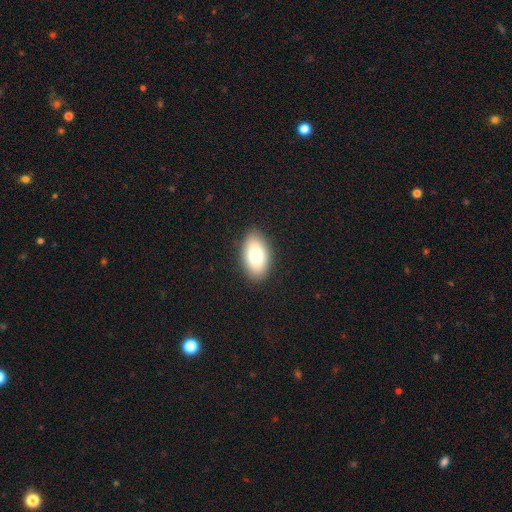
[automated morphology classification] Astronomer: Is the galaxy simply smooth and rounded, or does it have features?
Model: smooth — 77%.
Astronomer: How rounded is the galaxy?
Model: in between — 92%.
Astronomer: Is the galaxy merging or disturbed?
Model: none — 88%.